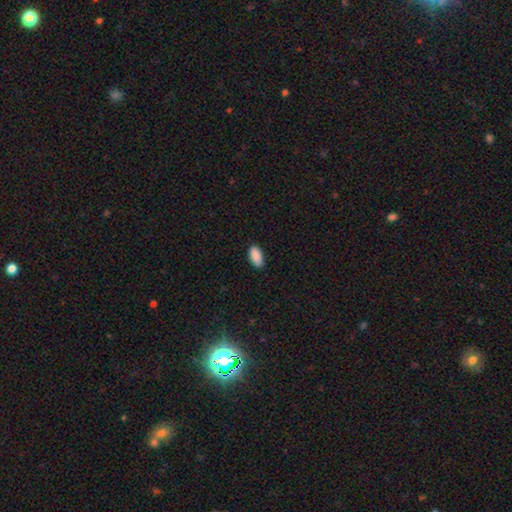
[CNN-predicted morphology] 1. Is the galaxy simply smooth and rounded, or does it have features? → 90% smooth, 7% star or artifact, 3% featured or disk.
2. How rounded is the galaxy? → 92% in between, 6% cigar-shaped, 2% round.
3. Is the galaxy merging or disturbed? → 87% none, 10% minor disturbance, 2% major disturbance, 1% merger.